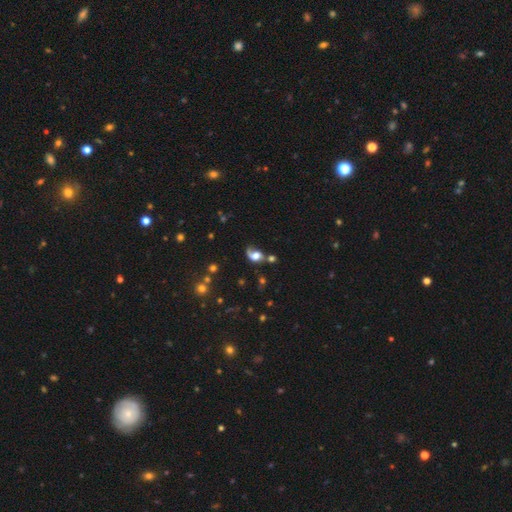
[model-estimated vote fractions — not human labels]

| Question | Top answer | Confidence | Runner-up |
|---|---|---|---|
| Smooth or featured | smooth | 45% | featured or disk (43%) |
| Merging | none | 31% | major disturbance (28%) |